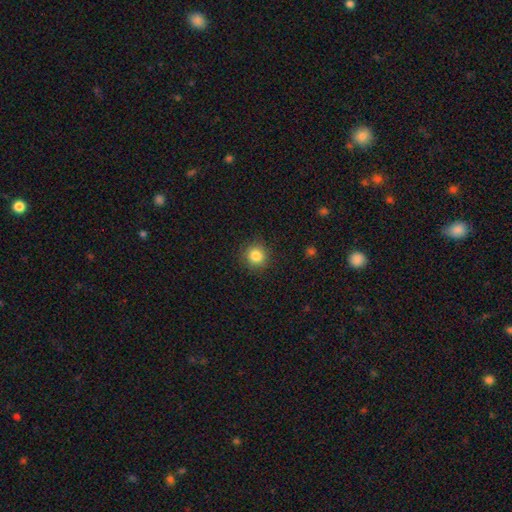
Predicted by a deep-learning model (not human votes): smooth_or_featured: smooth (p=0.84) [alt: star or artifact p=0.11]
how_rounded: round (p=0.92) [alt: in between p=0.07]
merging: none (p=0.90) [alt: minor disturbance p=0.07]